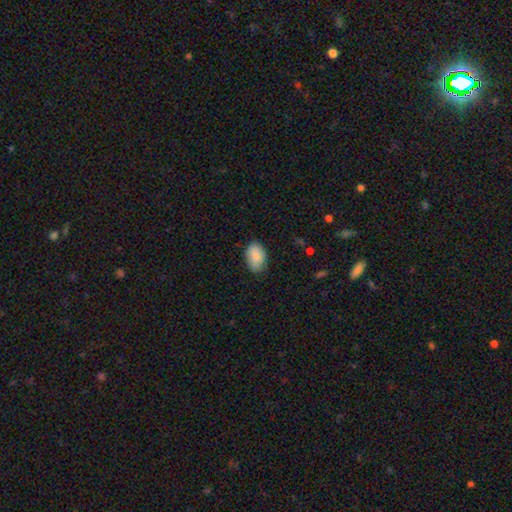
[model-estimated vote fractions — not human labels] Smooth or featured?
  - smooth: 87% *
  - star or artifact: 6%
  - featured or disk: 6%
How rounded?
  - in between: 91% *
  - round: 8%
  - cigar-shaped: 1%
Merging?
  - none: 73% *
  - minor disturbance: 22%
  - major disturbance: 4%
  - merger: 1%